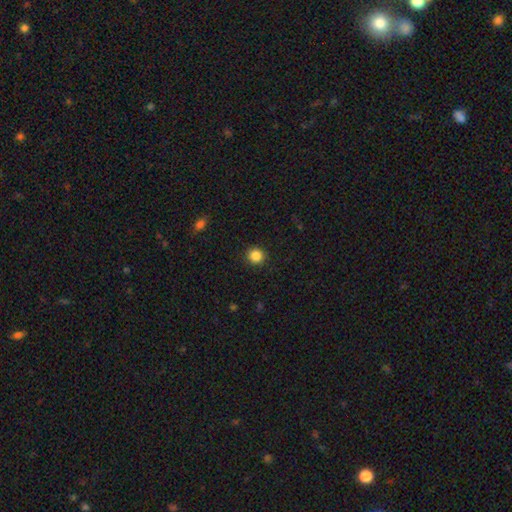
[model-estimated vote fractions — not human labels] This is clearly a smooth galaxy (86%). How rounded: clearly round (91%). Merging: clearly none (91%).